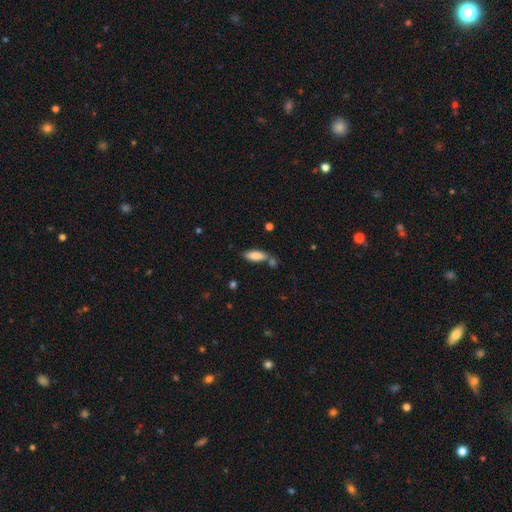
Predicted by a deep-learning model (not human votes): A smooth galaxy with no disk features (83%) that is in between round and cigar-shaped (71%).

Vote fractions:
- Smooth or featured? smooth: 83% / featured or disk: 11% / star or artifact: 7%
- How rounded? in between: 71% / cigar-shaped: 27% / round: 2%
- Merging? none: 64% / merger: 18% / minor disturbance: 15% / major disturbance: 4%